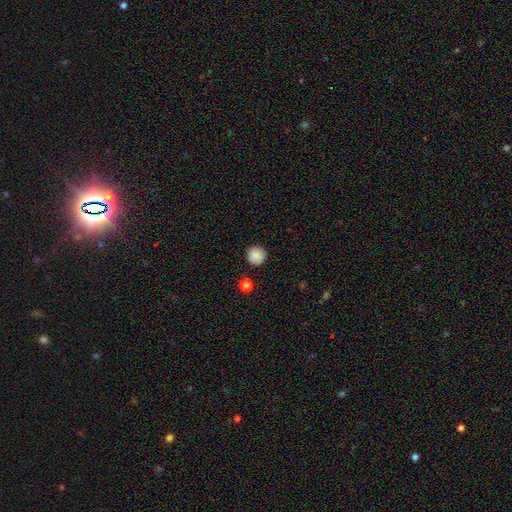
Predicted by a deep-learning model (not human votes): Smooth or featured? smooth (87%)
How rounded? round (95%)
Merging? none (89%)